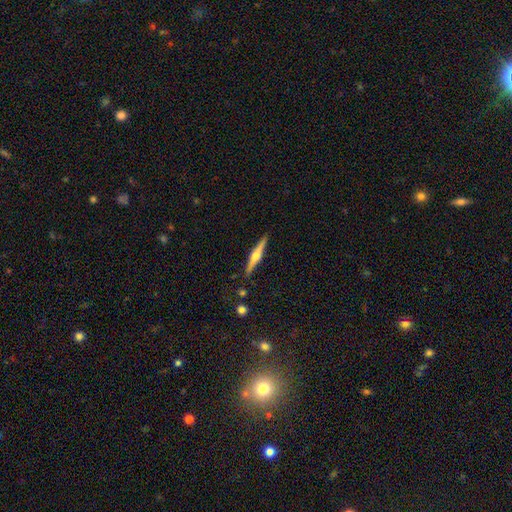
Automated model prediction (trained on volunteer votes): smooth-or-featured: featured or disk: 74% | smooth: 20% | star or artifact: 6%
  disk-edge-on: yes: 98% | no: 2%
    edge-on-bulge: rounded: 92% | boxy: 5% | none: 3%
  merging: none: 90% | minor disturbance: 7% | merger: 2% | major disturbance: 2%